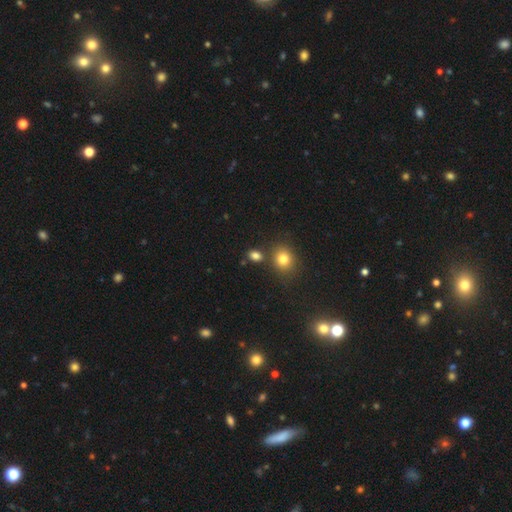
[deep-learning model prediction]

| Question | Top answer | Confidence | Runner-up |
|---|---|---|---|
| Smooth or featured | smooth | 80% | star or artifact (14%) |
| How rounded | in between | 57% | round (41%) |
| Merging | none | 73% | merger (13%) |